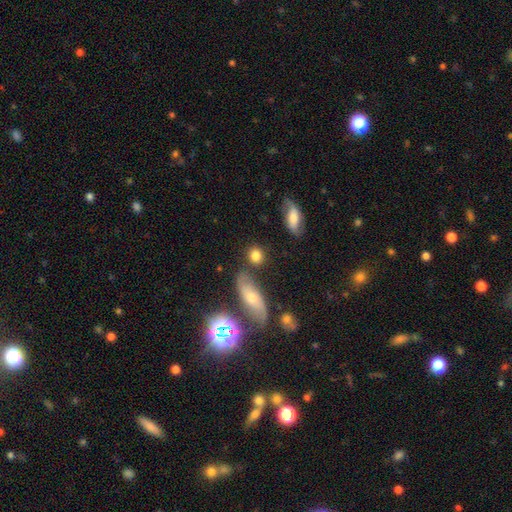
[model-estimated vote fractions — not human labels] A smooth galaxy with no disk features (80%) that is round (68%). Merging: none (71%).